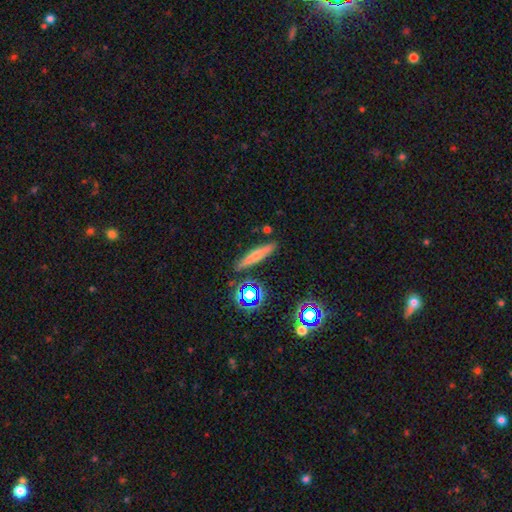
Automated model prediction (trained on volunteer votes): Smooth or featured: smooth — 60% (featured or disk — 27%)
How rounded: cigar-shaped — 84% (in between — 12%)
Merging: none — 86% (minor disturbance — 9%)